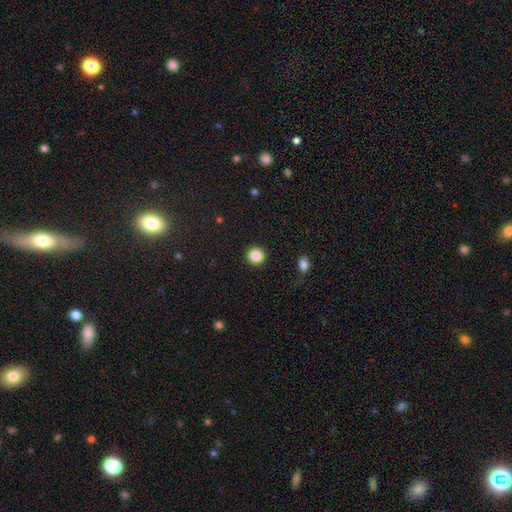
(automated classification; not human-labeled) Smooth or featured? Predicted: smooth (p=0.86). How rounded? Predicted: round (p=0.93). Merging? Predicted: none (p=0.92).